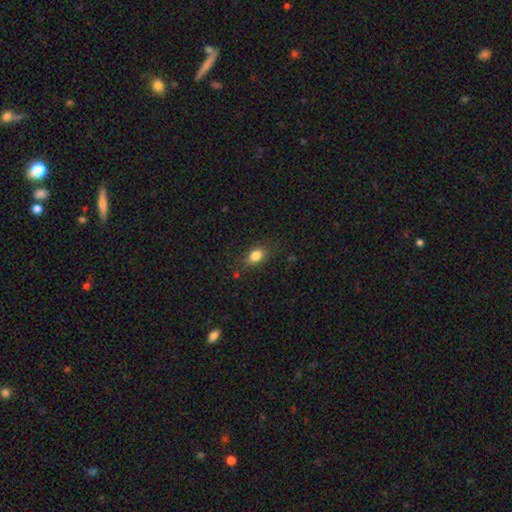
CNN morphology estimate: This is clearly a smooth galaxy (83%). How rounded: likely in between (76%). Merging: likely none (80%).